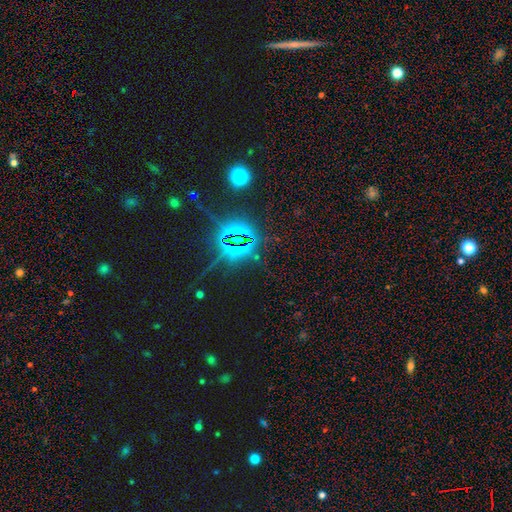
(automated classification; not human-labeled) Smooth or featured? star or artifact (82%)